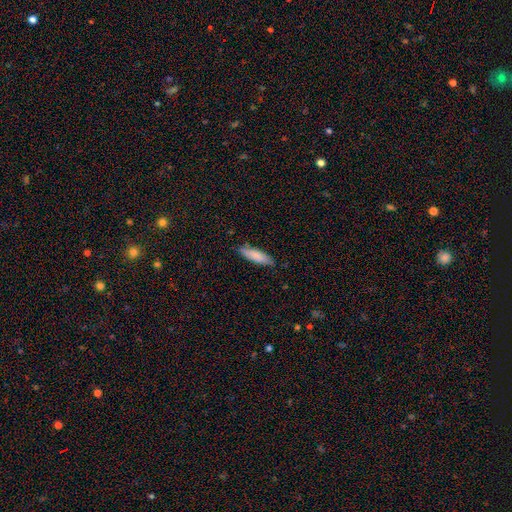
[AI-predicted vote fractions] Morphology: type=smooth (84%); roundness=cigar-shaped (62%); merging=none (82%).